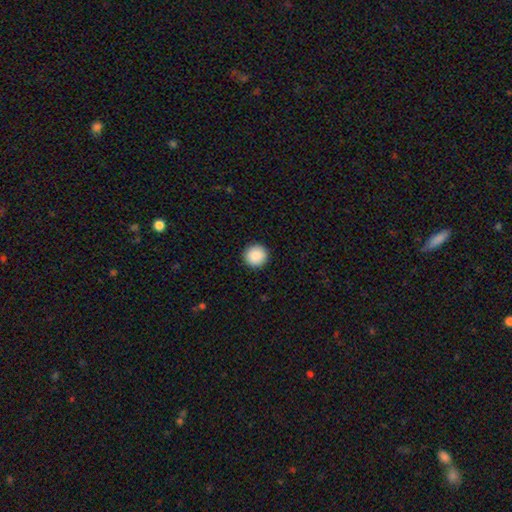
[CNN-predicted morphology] type=smooth (90%); roundness=round (95%); merging=none (93%).